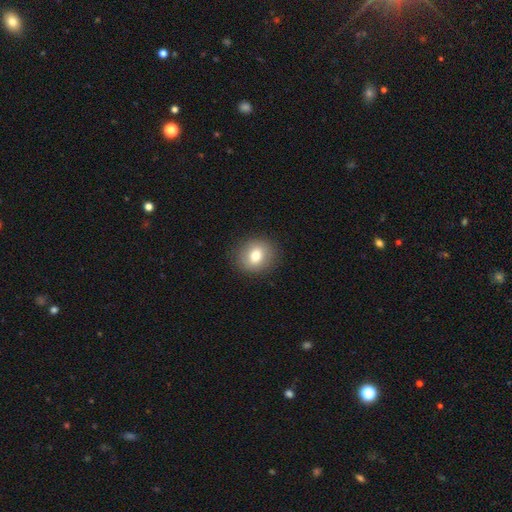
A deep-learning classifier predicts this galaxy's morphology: smooth-or-featured: smooth: 76% | featured or disk: 14% | star or artifact: 10%
  how-rounded: round: 73% | in between: 26% | cigar-shaped: 1%
  merging: none: 89% | minor disturbance: 8% | major disturbance: 3% | merger: 1%